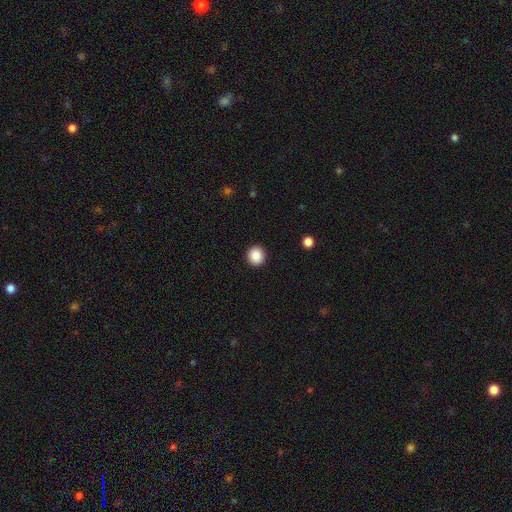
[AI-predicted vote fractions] Smooth or featured? Predicted: smooth (p=0.88). How rounded? Predicted: round (p=0.91). Merging? Predicted: none (p=0.92).